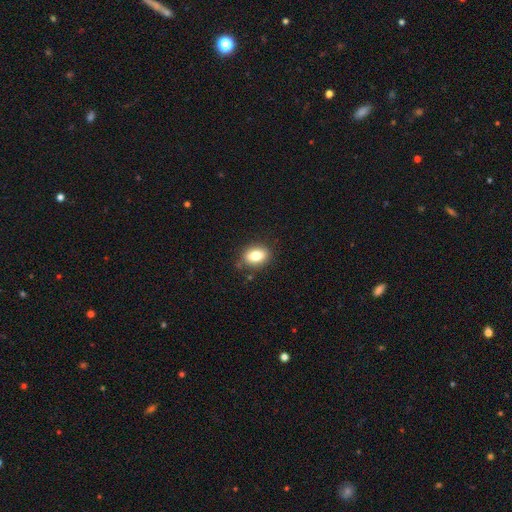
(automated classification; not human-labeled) Smooth or featured? smooth (80%)
How rounded? in between (78%)
Merging? none (84%)